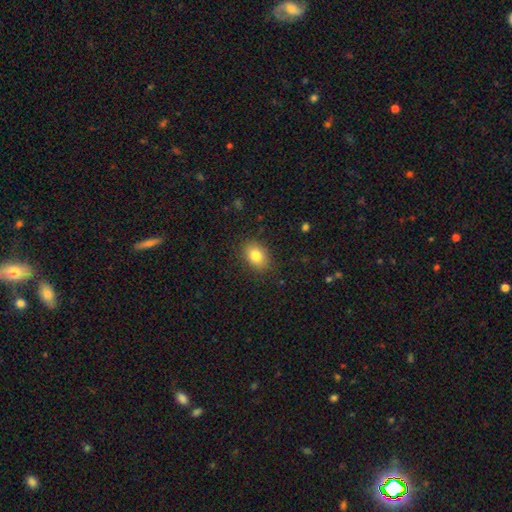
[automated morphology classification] The model was most divided on "how rounded": in between: 74%, round: 25%, cigar-shaped: 1%. More confident: merging — none (85%); smooth or featured — smooth (82%).